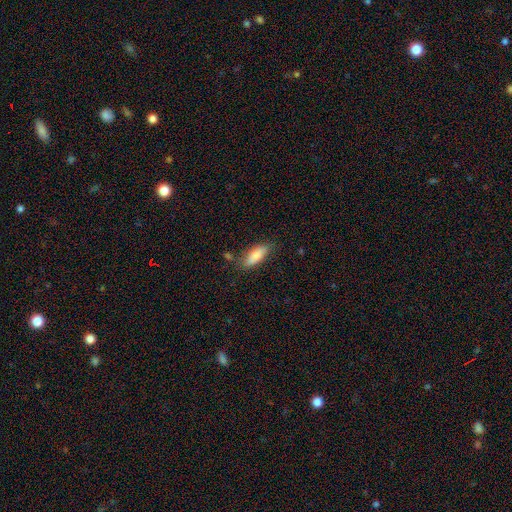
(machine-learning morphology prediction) The model was most divided on "how rounded": in between: 74%, cigar-shaped: 24%, round: 2%. More confident: smooth or featured — smooth (82%); merging — none (74%).